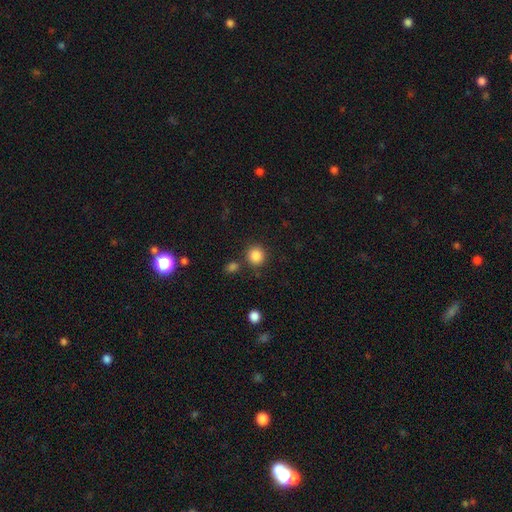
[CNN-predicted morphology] smooth-or-featured: smooth: 86% | star or artifact: 10% | featured or disk: 4%
  how-rounded: round: 91% | in between: 8% | cigar-shaped: 1%
  merging: none: 83% | minor disturbance: 8% | merger: 6% | major disturbance: 3%